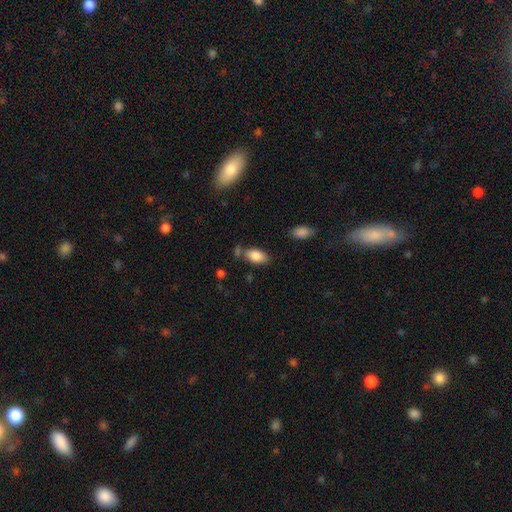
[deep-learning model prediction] A smooth galaxy with no disk features (85%) that is in between round and cigar-shaped (93%). Merging: none (67%).